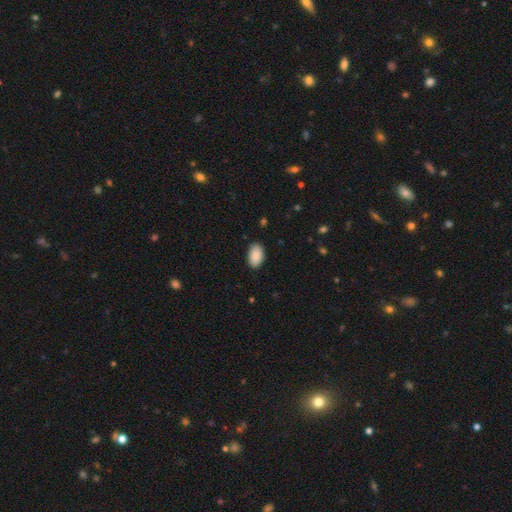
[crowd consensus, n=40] Morphology: type=smooth (85%); roundness=in between (97%); merging=none (80%).